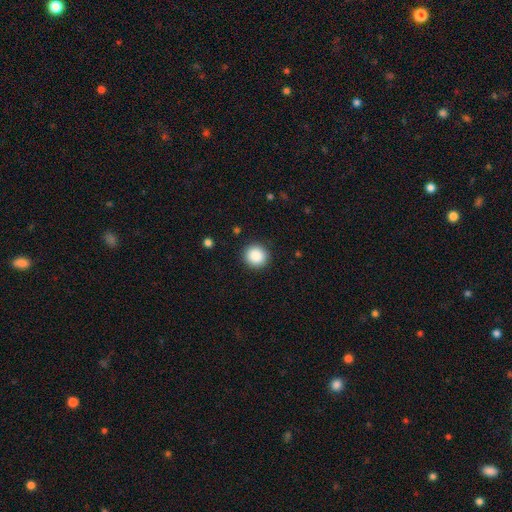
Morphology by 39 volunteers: Smooth or featured? smooth (95%)
How rounded? round (95%)
Merging? none (97%)